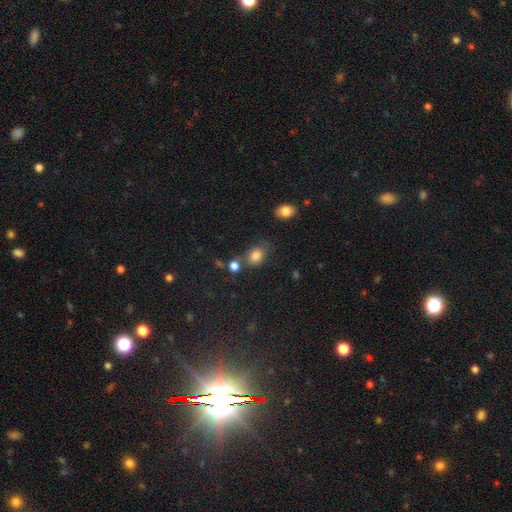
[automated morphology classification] Smooth or featured: smooth — 80% (star or artifact — 12%)
How rounded: in between — 58% (round — 40%)
Merging: none — 51% (minor disturbance — 21%)